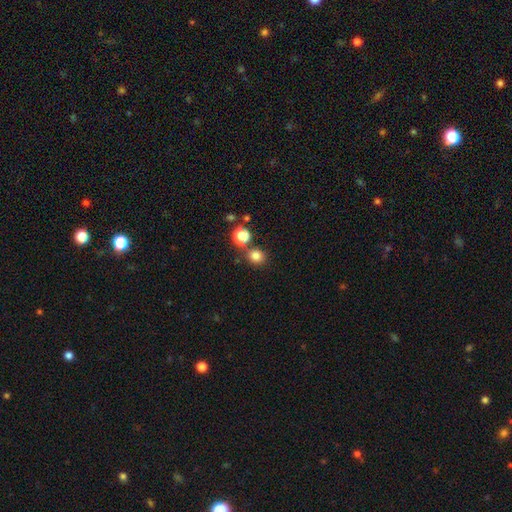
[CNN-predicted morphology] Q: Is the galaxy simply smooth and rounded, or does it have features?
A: smooth — 80%.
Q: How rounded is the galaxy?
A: round — 84%.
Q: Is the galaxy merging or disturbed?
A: none — 73%.